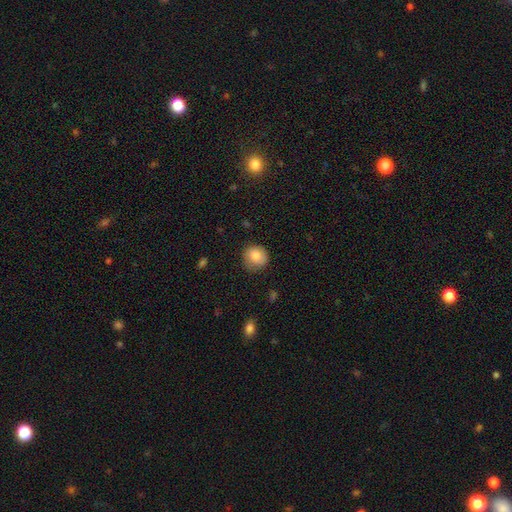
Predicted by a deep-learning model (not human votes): A smooth galaxy with no disk features (82%) that is round (88%). Merging: none (80%).